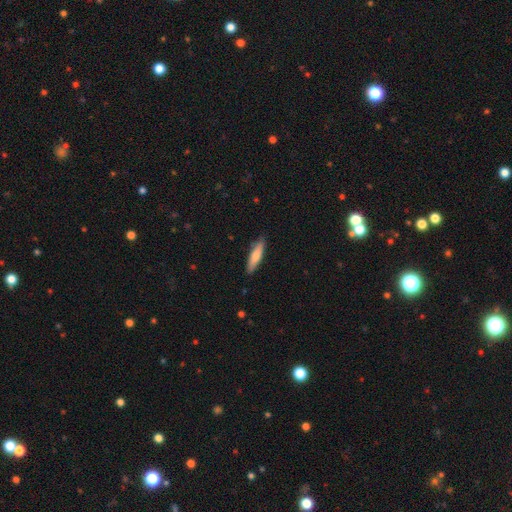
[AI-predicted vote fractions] The model was most divided on "smooth or featured": smooth: 72%, featured or disk: 23%, star or artifact: 5%. More confident: merging — none (86%); how rounded — cigar-shaped (75%).